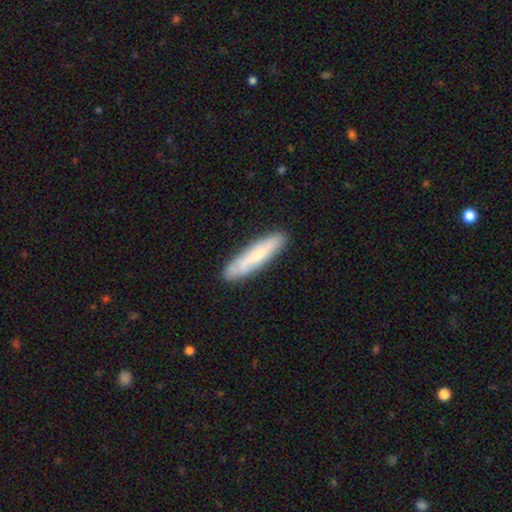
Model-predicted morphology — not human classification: Smooth or featured? smooth (64%)
How rounded? cigar-shaped (83%)
Merging? none (84%)